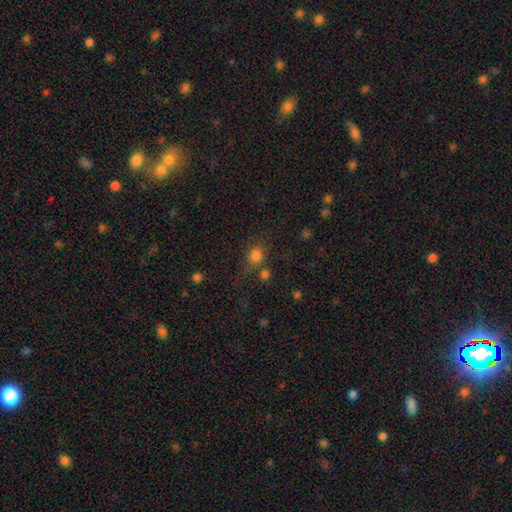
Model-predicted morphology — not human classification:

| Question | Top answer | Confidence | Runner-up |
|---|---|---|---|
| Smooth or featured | smooth | 78% | star or artifact (15%) |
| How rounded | round | 61% | in between (37%) |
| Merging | none | 60% | merger (17%) |